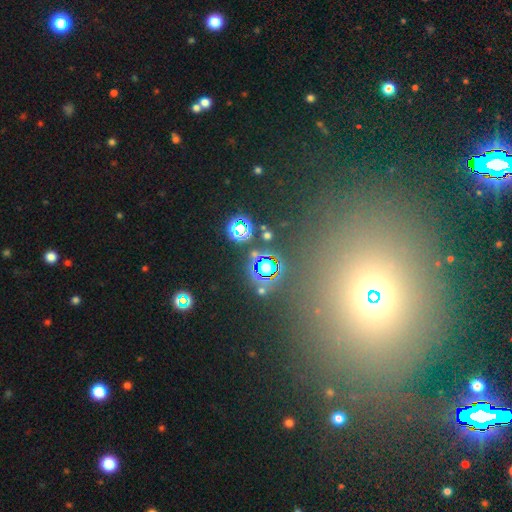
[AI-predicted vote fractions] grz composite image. It shows a star or artifact, not a galaxy (71%).